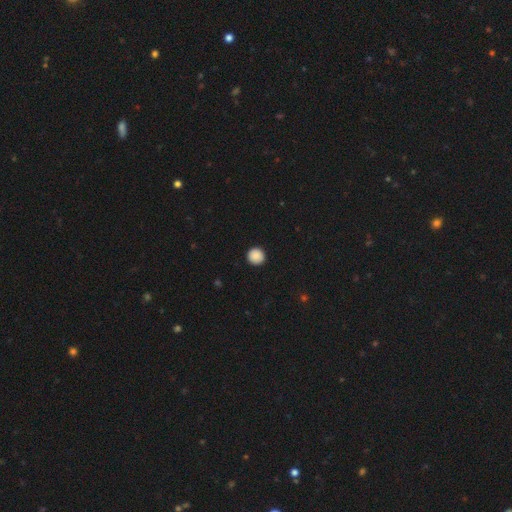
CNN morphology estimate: smooth 89%, star or artifact 8%, featured or disk 2%. Down the decision tree: how rounded — round (95%); merging — none (93%).